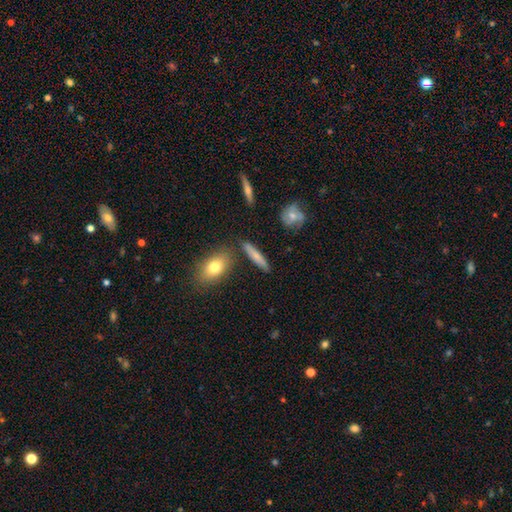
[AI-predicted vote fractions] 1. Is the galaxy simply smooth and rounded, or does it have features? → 65% smooth, 27% featured or disk, 8% star or artifact.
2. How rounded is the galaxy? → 81% cigar-shaped, 16% in between, 4% round.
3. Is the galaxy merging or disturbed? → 83% none, 10% minor disturbance, 5% merger, 2% major disturbance.